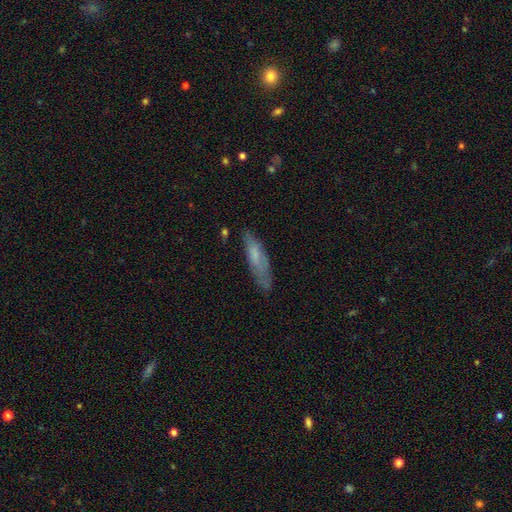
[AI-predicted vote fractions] The model was most divided on "smooth or featured": smooth: 63%, featured or disk: 30%, star or artifact: 7%. More confident: how rounded — cigar-shaped (68%); merging — none (65%).